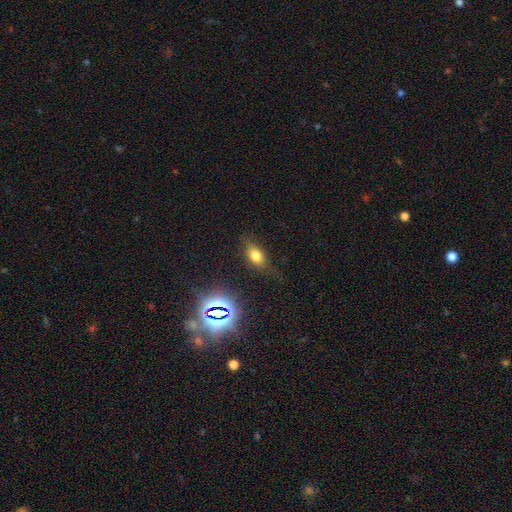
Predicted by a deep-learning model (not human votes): This is likely a smooth galaxy (70%). How rounded: clearly in between (82%). Merging: likely none (75%).